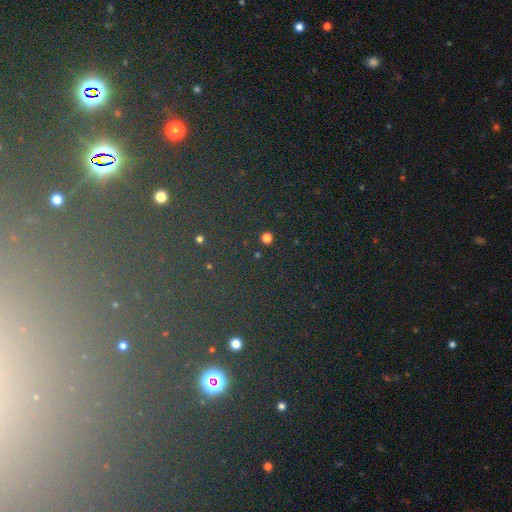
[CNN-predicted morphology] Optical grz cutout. It shows a star or artifact, not a galaxy (74%).